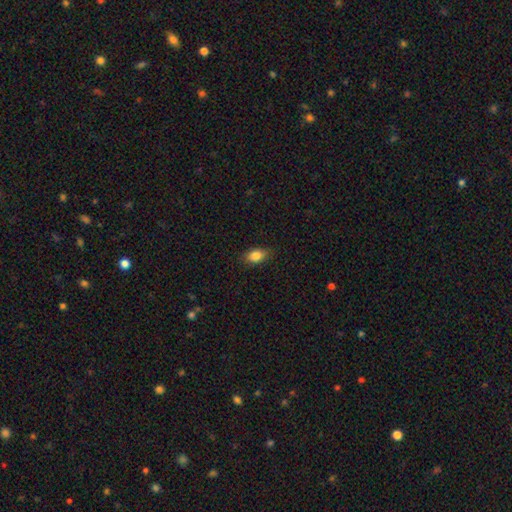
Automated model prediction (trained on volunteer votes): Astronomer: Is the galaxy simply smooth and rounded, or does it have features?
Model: smooth — 85%.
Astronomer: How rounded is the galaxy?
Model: in between — 86%.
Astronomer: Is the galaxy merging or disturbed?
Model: none — 86%.